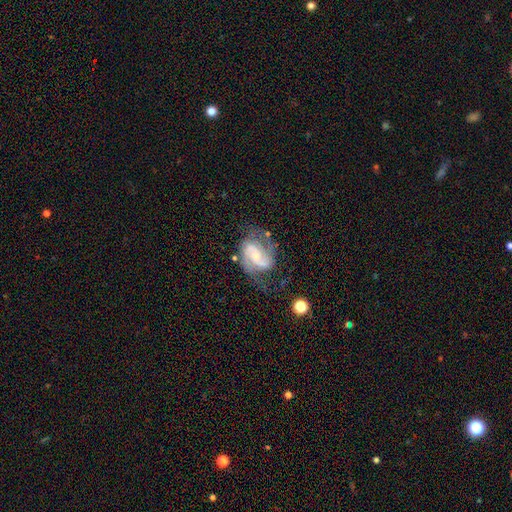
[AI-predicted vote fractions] Q: Smooth or featured?
A: featured or disk (85%); runner-up: smooth (9%)
Q: Edge-on disk?
A: no (98%); runner-up: yes (2%)
Q: Bar?
A: no (47%); runner-up: weak (40%)
Q: Spiral arms?
A: yes (95%); runner-up: no (5%)
Q: Spiral winding?
A: medium (52%); runner-up: tight (26%)
Q: Spiral arm count?
A: 2 (84%); runner-up: can't tell (7%)
Q: Bulge size?
A: small (58%); runner-up: moderate (35%)
Q: Merging?
A: none (57%); runner-up: minor disturbance (23%)